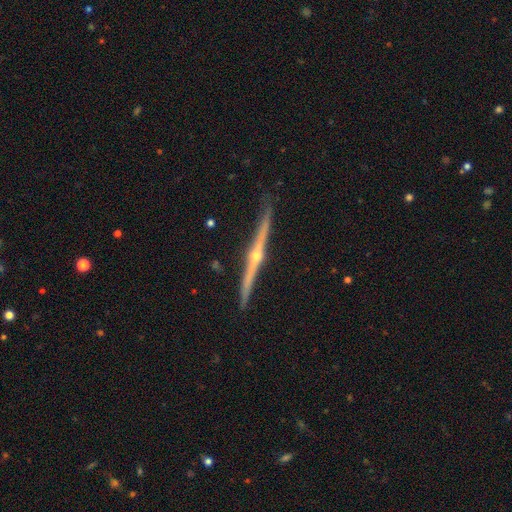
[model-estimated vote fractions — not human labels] The model was most divided on "merging": none: 87%, minor disturbance: 10%, major disturbance: 2%, merger: 2%. More confident: edge-on disk — yes (98%); edge-on bulge — rounded (89%); smooth or featured — featured or disk (88%).